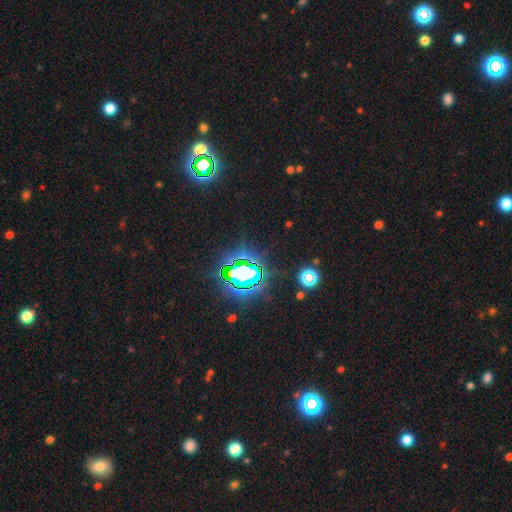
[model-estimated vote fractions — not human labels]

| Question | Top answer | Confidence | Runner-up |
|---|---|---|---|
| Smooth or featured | star or artifact | 84% | smooth (10%) |